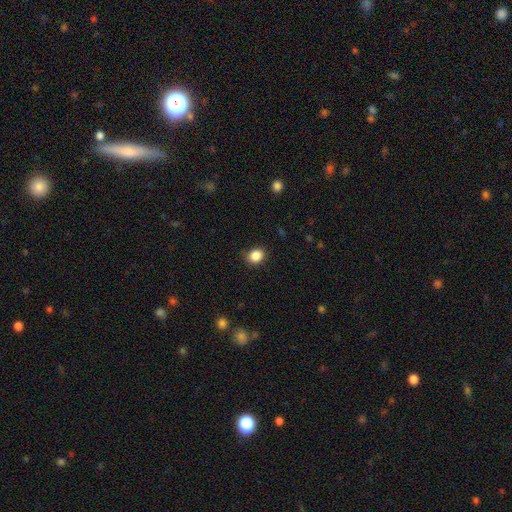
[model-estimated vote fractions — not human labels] smooth_or_featured: smooth (p=0.87) [alt: star or artifact p=0.10]
how_rounded: round (p=0.64) [alt: in between p=0.35]
merging: none (p=0.85) [alt: minor disturbance p=0.12]